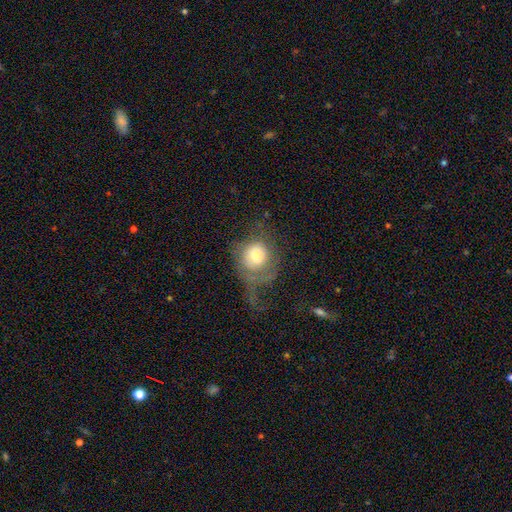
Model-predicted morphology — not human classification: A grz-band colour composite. It shows a smooth galaxy with no disk features (57%) that is round (80%). Merging: major disturbance (50%).